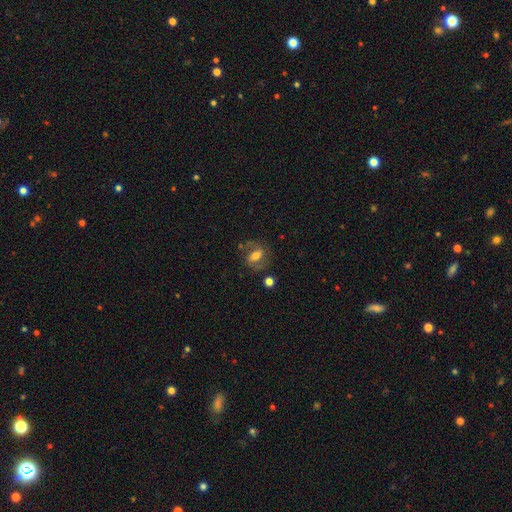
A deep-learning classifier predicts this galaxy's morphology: This is possibly a featured or disk galaxy (55%). It is clearly not viewed edge-on (93%). Bar: marginally strong (40%). Spiral arm pattern: likely yes (75%). Central bulge: possibly moderate (57%). Merging: likely none (66%).